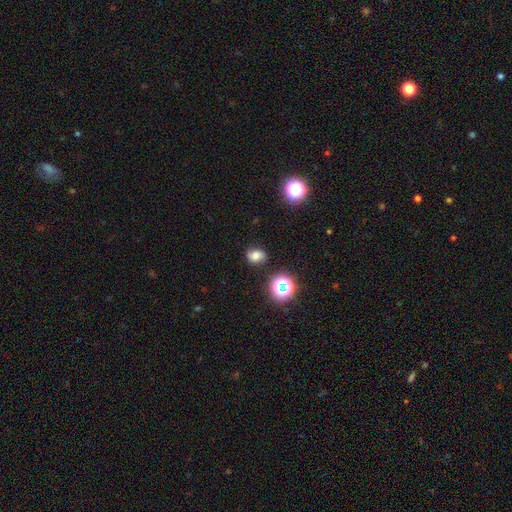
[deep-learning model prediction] Smooth or featured? smooth (66%)
How rounded? in between (51%)
Merging? none (79%)